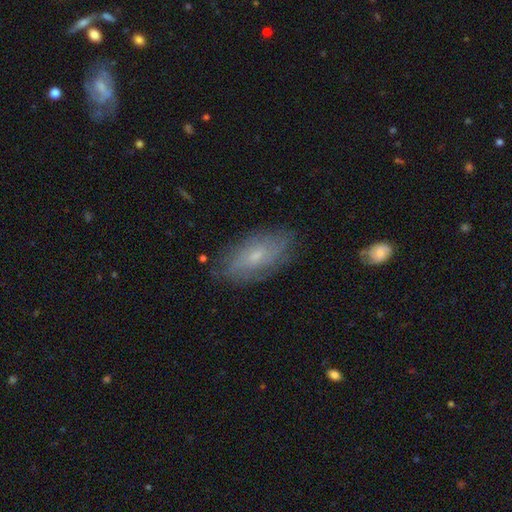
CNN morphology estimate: Smooth or featured? smooth (46%)
Merging? none (77%)